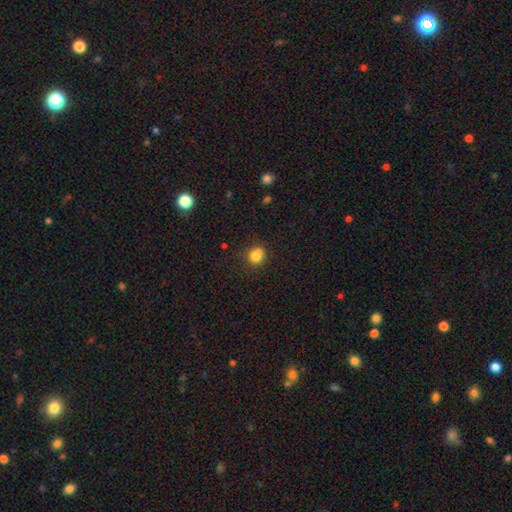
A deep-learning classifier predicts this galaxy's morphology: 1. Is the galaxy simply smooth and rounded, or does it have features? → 79% smooth, 12% star or artifact, 9% featured or disk.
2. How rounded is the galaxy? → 80% round, 19% in between, 1% cigar-shaped.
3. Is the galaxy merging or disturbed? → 60% none, 18% minor disturbance, 17% merger, 5% major disturbance.